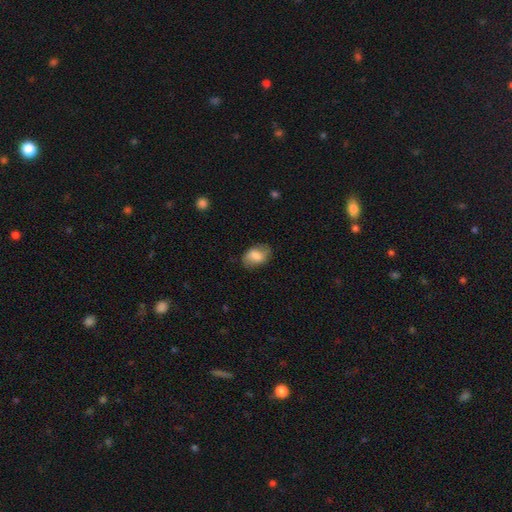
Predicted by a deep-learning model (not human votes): Smooth or featured: smooth — 74% (featured or disk — 18%)
How rounded: in between — 85% (round — 13%)
Merging: none — 73% (minor disturbance — 20%)